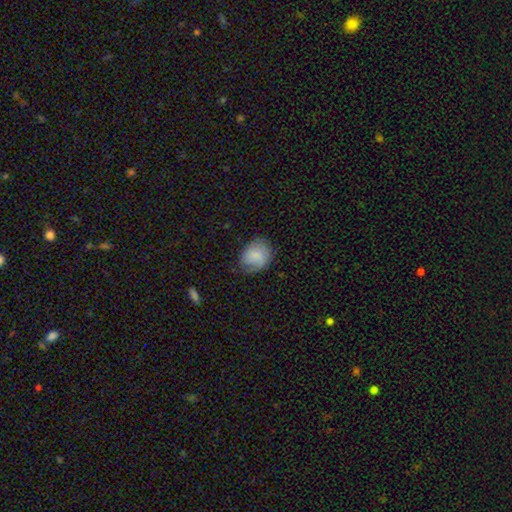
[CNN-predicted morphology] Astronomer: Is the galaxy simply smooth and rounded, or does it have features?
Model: smooth — 76%.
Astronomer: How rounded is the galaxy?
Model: round — 53% (runner-up: in between, 46%).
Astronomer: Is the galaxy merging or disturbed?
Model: none — 64%.